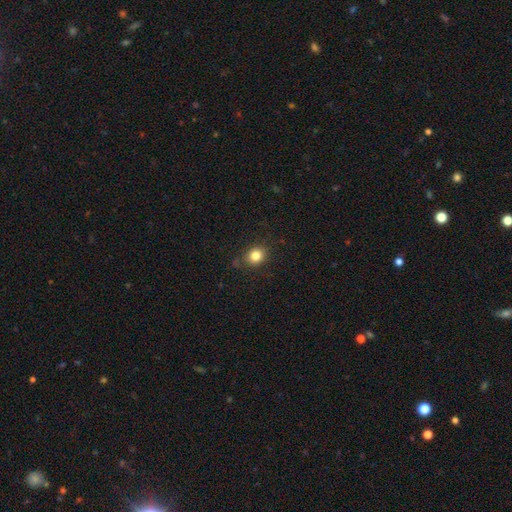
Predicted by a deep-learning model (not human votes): Q: Smooth or featured?
A: smooth (82%); runner-up: star or artifact (12%)
Q: How rounded?
A: round (72%); runner-up: in between (27%)
Q: Merging?
A: none (85%); runner-up: minor disturbance (10%)